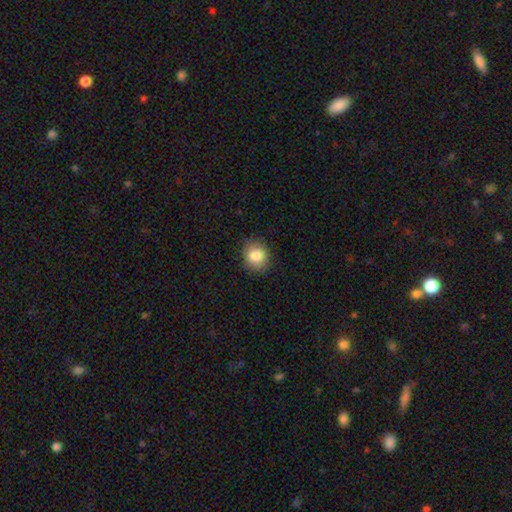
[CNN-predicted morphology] Overall: smooth (84%). How rounded: round (73%). Merging: none (87%).